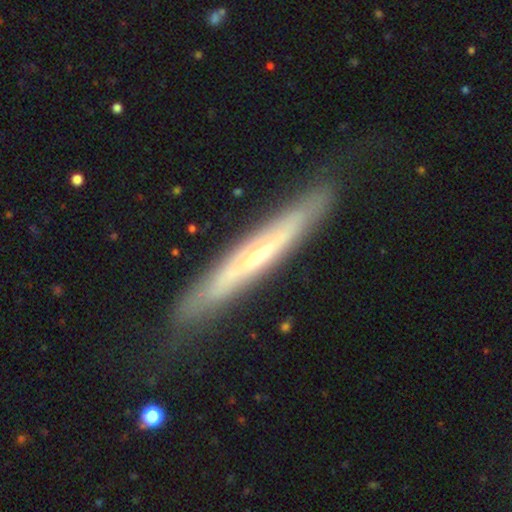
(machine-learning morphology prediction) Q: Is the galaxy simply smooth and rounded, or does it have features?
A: featured or disk — 68%.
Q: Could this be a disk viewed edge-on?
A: yes — 79%.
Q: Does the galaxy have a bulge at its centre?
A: rounded — 55%.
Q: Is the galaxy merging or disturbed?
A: none — 79%.